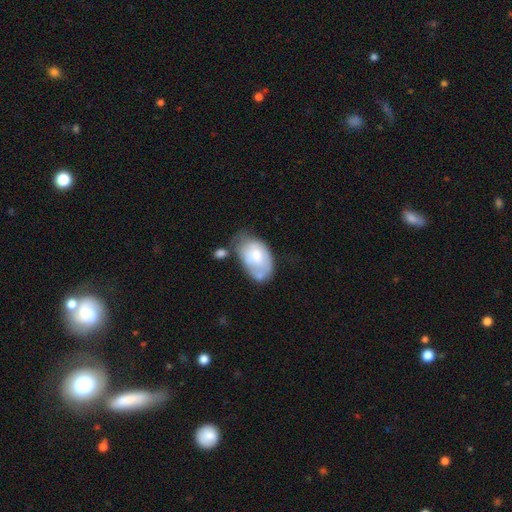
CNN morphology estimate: type=smooth (58%); roundness=in between (92%); merging=none (36%).